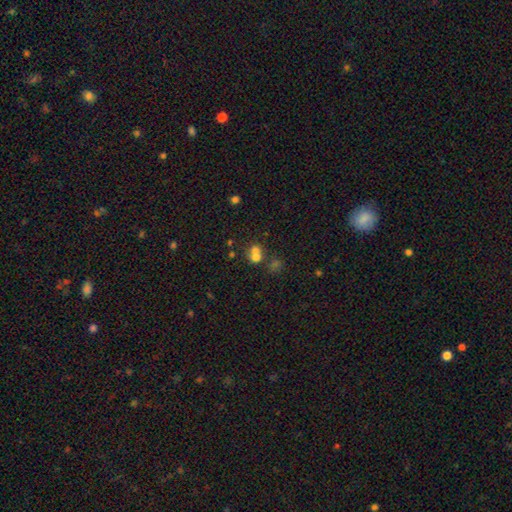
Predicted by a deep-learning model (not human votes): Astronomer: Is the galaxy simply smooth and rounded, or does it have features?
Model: smooth — 65%.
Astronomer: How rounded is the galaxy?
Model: round — 76%.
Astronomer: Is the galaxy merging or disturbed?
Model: merger — 60%.